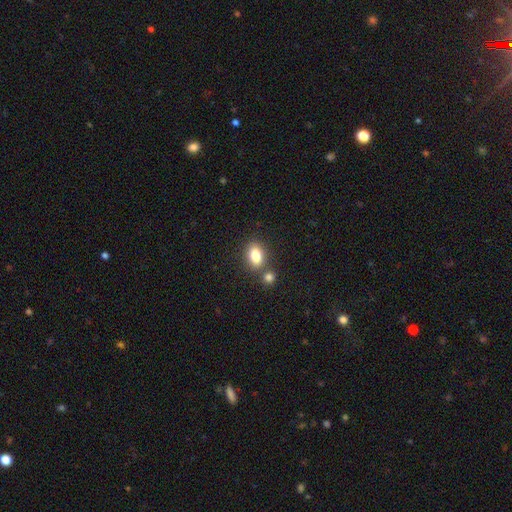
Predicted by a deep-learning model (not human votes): This is clearly a smooth galaxy (82%). How rounded: clearly in between (81%). Merging: likely none (64%).